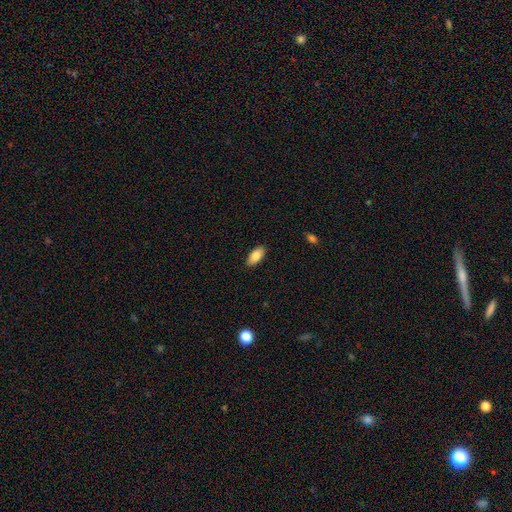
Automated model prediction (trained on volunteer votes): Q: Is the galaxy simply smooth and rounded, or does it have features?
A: smooth — 83%.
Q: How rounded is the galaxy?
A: in between — 91%.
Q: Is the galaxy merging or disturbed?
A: none — 89%.